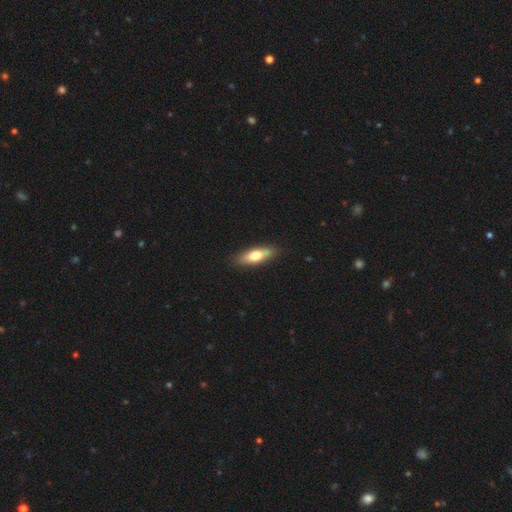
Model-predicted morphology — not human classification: A smooth galaxy with no disk features (66%) that is in between round and cigar-shaped (51%).

Vote fractions:
- Smooth or featured? smooth: 66% / featured or disk: 28% / star or artifact: 6%
- How rounded? in between: 51% / cigar-shaped: 47% / round: 2%
- Merging? none: 87% / minor disturbance: 10% / major disturbance: 2% / merger: 1%